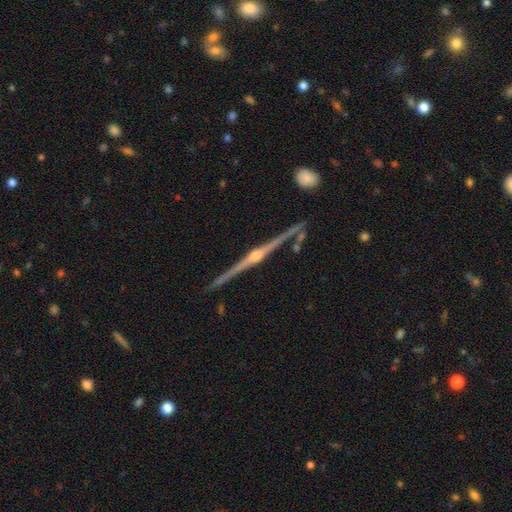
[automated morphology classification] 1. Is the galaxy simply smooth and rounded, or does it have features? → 91% featured or disk, 5% star or artifact, 4% smooth.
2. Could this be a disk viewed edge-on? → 98% yes, 2% no.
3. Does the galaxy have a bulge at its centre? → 93% rounded, 4% none, 3% boxy.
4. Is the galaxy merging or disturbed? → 88% none, 8% minor disturbance, 2% merger, 2% major disturbance.